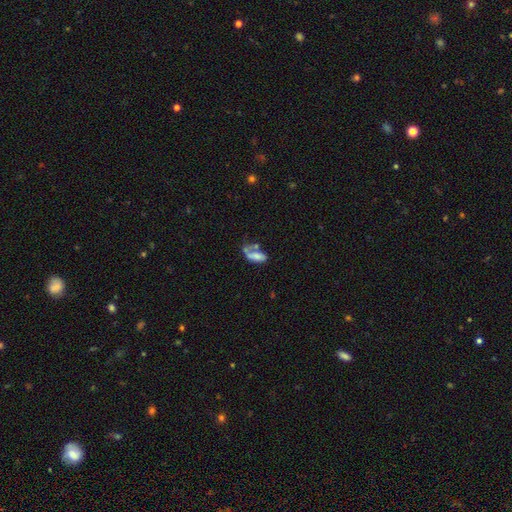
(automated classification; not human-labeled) A smooth galaxy with no disk features (61%) that is in between round and cigar-shaped (82%). Merging: merger (35%).